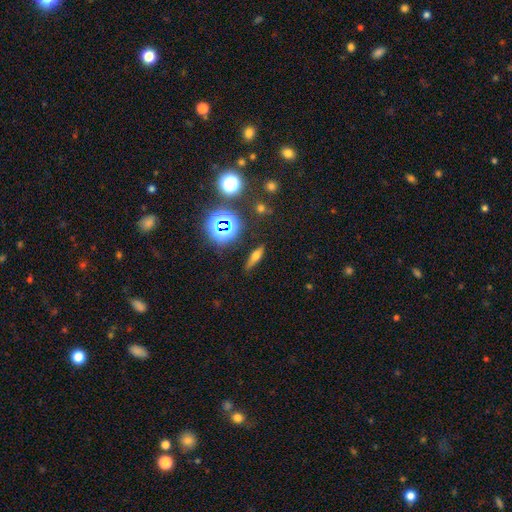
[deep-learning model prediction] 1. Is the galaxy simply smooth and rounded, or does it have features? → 45% smooth, 35% featured or disk, 21% star or artifact.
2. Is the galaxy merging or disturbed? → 83% none, 11% minor disturbance, 3% major disturbance, 2% merger.